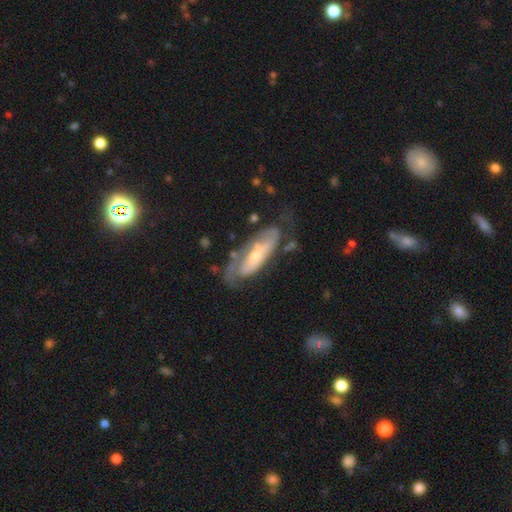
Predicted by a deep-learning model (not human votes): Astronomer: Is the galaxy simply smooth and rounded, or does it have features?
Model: featured or disk — 73%.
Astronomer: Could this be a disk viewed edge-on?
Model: no — 83%.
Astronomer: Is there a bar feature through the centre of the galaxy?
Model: no — 60%.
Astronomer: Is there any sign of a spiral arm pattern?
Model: yes — 82%.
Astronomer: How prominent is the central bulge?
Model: small — 55% (runner-up: moderate, 39%).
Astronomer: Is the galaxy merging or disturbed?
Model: none — 55%.